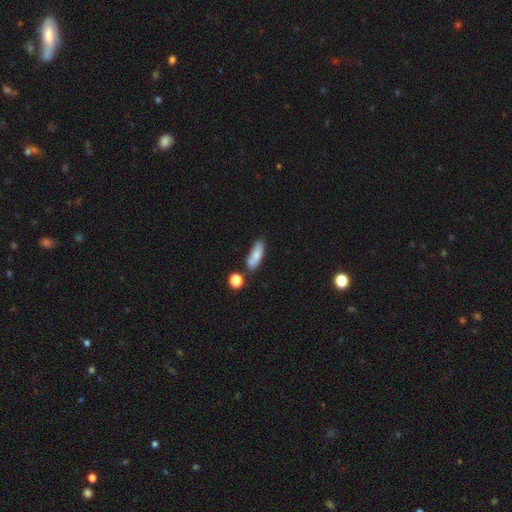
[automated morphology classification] type=smooth (78%); roundness=in between (64%); merging=none (68%).